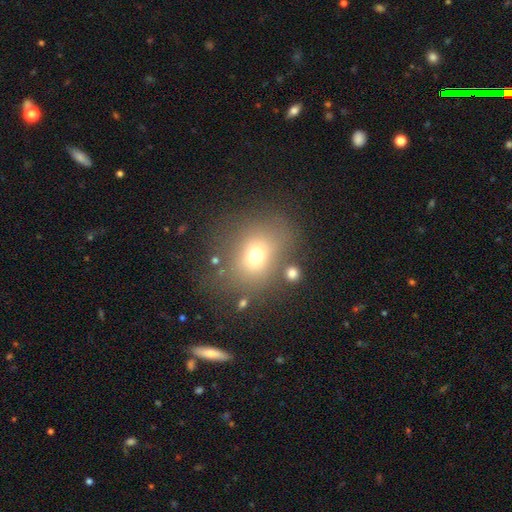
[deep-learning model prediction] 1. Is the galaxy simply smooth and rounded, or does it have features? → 67% smooth, 17% star or artifact, 15% featured or disk.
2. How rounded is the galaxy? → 63% round, 36% in between, 1% cigar-shaped.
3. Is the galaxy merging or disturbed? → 69% none, 16% minor disturbance, 9% major disturbance, 6% merger.